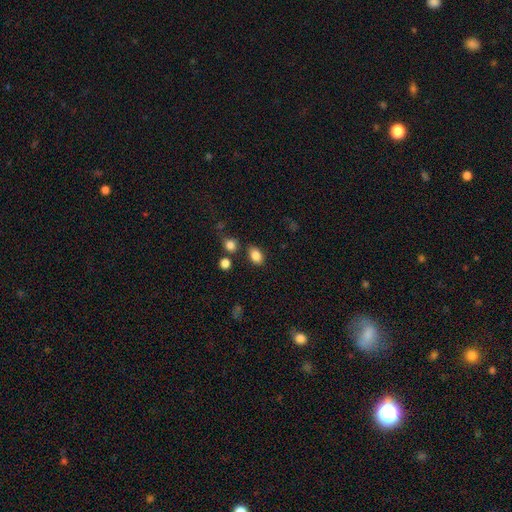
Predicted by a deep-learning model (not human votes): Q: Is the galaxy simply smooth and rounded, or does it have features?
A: smooth — 85%.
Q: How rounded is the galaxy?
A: in between — 80%.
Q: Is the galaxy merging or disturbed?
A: none — 79%.